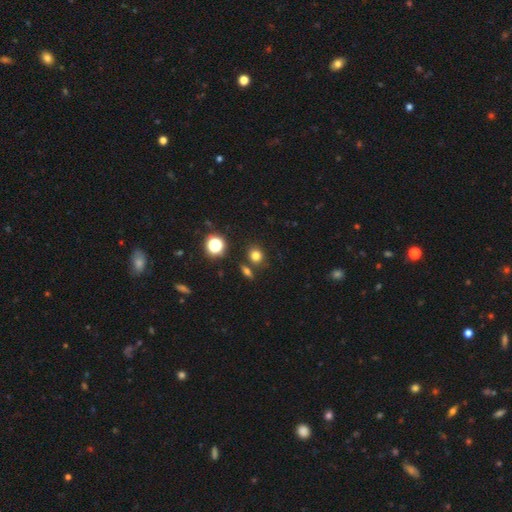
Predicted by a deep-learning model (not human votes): smooth-or-featured: smooth: 75% | star or artifact: 17% | featured or disk: 7%
  how-rounded: round: 76% | in between: 22% | cigar-shaped: 1%
  merging: none: 77% | merger: 11% | minor disturbance: 9% | major disturbance: 3%